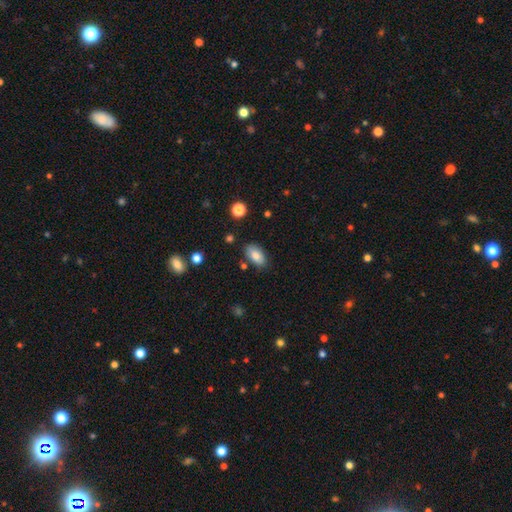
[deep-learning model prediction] Morphology: type=smooth (81%); roundness=in between (92%); merging=none (80%).